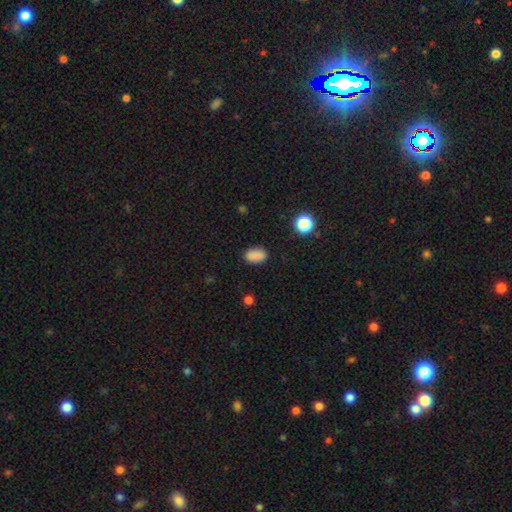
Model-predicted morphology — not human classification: Q: Smooth or featured?
A: smooth (84%); runner-up: star or artifact (11%)
Q: How rounded?
A: in between (86%); runner-up: round (12%)
Q: Merging?
A: none (81%); runner-up: minor disturbance (13%)